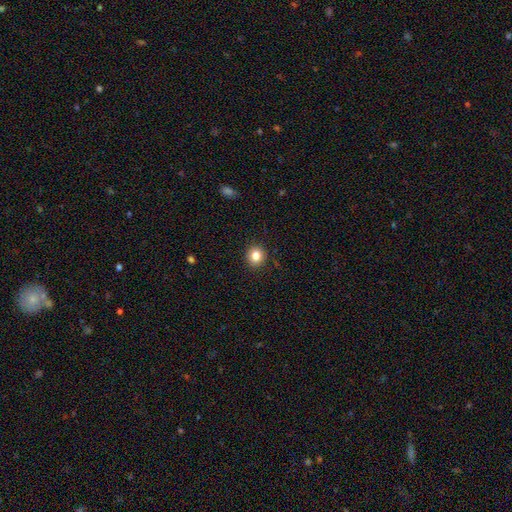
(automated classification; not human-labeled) smooth_or_featured: smooth (p=0.83) [alt: star or artifact p=0.11]
how_rounded: round (p=0.88) [alt: in between p=0.12]
merging: none (p=0.91) [alt: minor disturbance p=0.06]